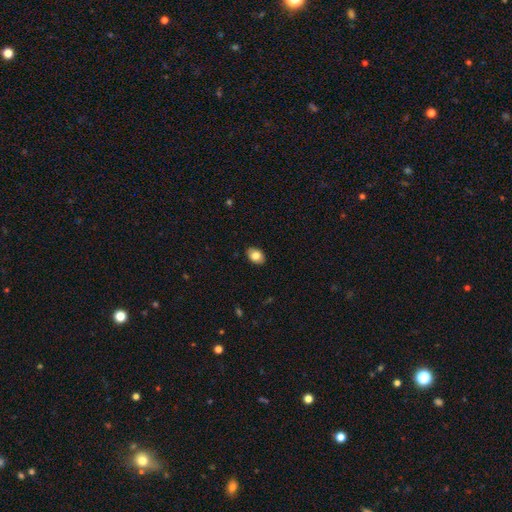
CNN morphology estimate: A smooth galaxy with no disk features (82%) that is in between round and cigar-shaped (79%).

Vote fractions:
- Smooth or featured? smooth: 82% / featured or disk: 10% / star or artifact: 8%
- How rounded? in between: 79% / round: 20% / cigar-shaped: 1%
- Merging? none: 88% / minor disturbance: 9% / major disturbance: 2% / merger: 1%